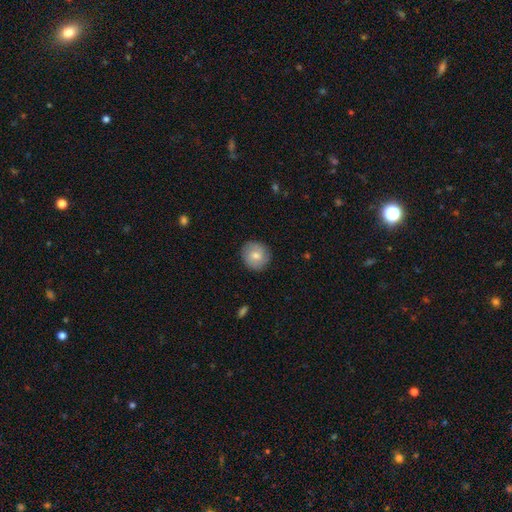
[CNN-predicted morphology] This is likely a smooth galaxy (71%). How rounded: clearly round (90%). Merging: clearly none (87%).